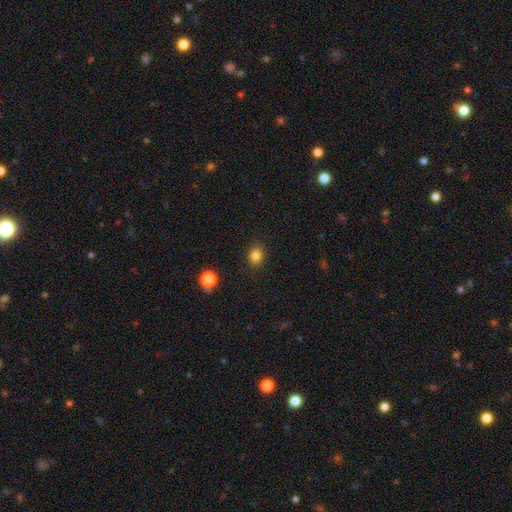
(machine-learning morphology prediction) Overall: smooth (83%). How rounded: round (68%; in between 31%). Merging: none (88%).